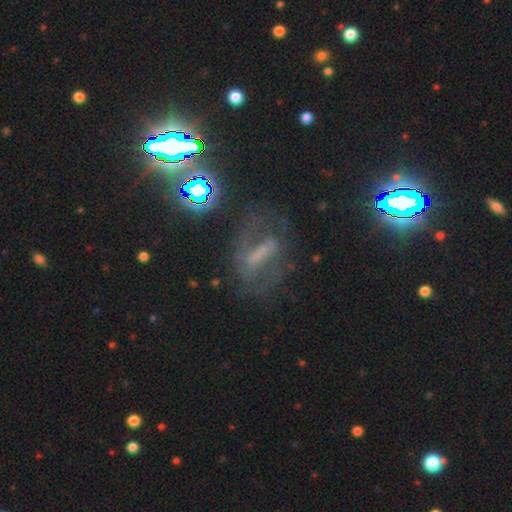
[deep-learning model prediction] Q: Smooth or featured?
A: featured or disk (52%); runner-up: star or artifact (27%)
Q: Edge-on disk?
A: no (83%); runner-up: yes (17%)
Q: Merging?
A: none (58%); runner-up: major disturbance (21%)